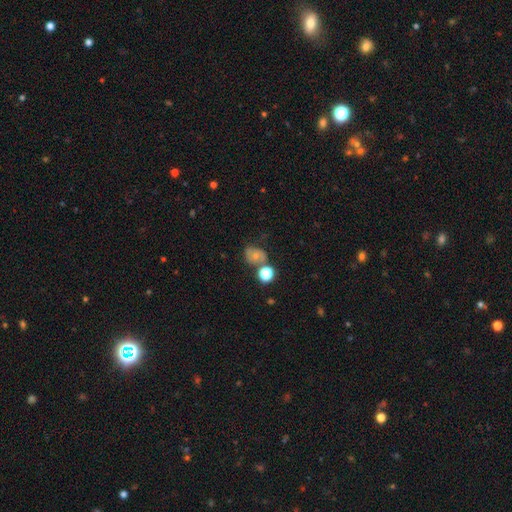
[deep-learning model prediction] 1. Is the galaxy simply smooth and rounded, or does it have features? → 52% smooth, 31% featured or disk, 17% star or artifact.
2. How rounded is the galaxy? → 58% round, 41% in between, 1% cigar-shaped.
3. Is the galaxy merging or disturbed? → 51% none, 21% merger, 19% minor disturbance, 9% major disturbance.